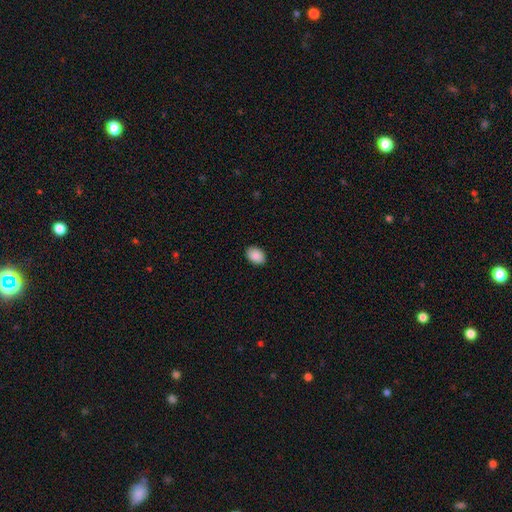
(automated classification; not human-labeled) A smooth galaxy with no disk features (89%) that is in between round and cigar-shaped (82%). Merging: none (90%).